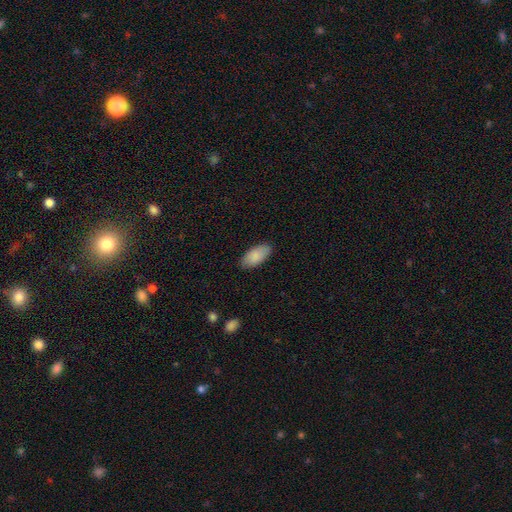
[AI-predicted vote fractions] smooth_or_featured: smooth (p=0.87) [alt: featured or disk p=0.07]
how_rounded: in between (p=0.93) [alt: cigar-shaped p=0.05]
merging: none (p=0.85) [alt: minor disturbance p=0.12]